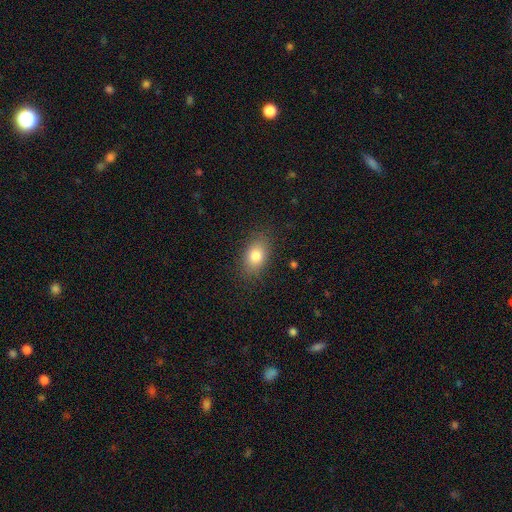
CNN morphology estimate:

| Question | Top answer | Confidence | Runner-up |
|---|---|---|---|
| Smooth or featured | smooth | 81% | featured or disk (10%) |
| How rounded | in between | 80% | round (17%) |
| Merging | none | 84% | minor disturbance (11%) |